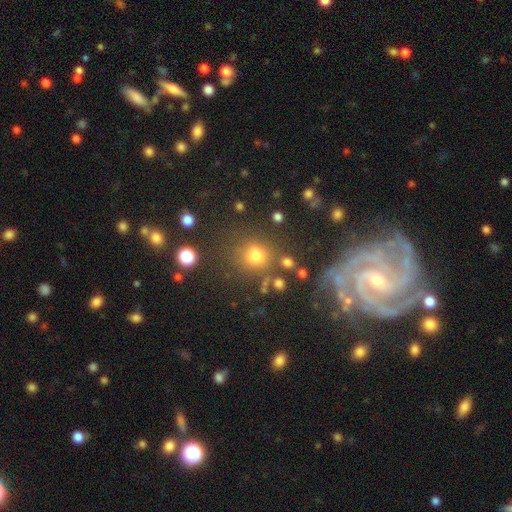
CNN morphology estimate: Smooth or featured: smooth — 70% (star or artifact — 19%)
How rounded: round — 82% (in between — 17%)
Merging: none — 70% (minor disturbance — 13%)